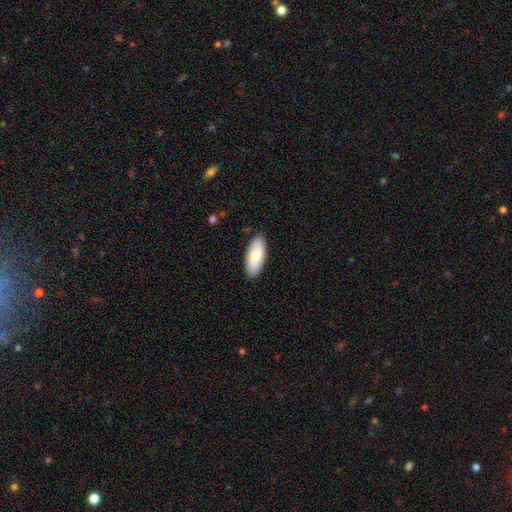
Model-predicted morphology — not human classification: Overall: smooth (76%). How rounded: in between (84%). Merging: none (89%).